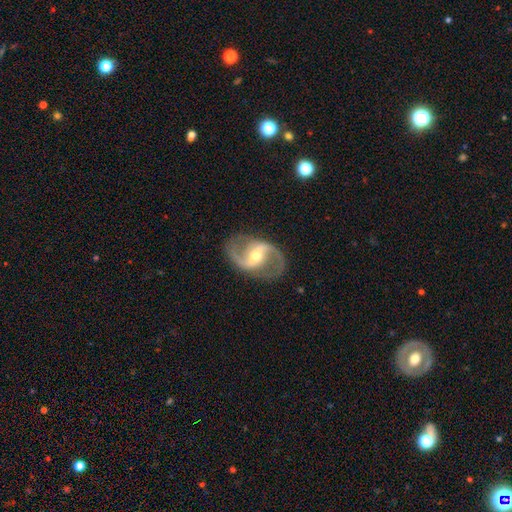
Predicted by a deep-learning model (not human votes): smooth-or-featured: featured or disk: 91% | star or artifact: 5% | smooth: 4%
  disk-edge-on: no: 97% | yes: 3%
    bar: weak: 42% | strong: 40% | no: 18%
    has-spiral-arms: yes: 96% | no: 4%
      spiral-winding: medium: 48% | loose: 43% | tight: 10%
      spiral-arm-count: 2: 94% | can't tell: 2% | 1: 1% | 3: 1% | 4: 1% | more than 4: 1%
    bulge-size: moderate: 63% | small: 31% | large: 4% | none: 1% | dominant: 1%
  merging: none: 84% | minor disturbance: 10% | major disturbance: 4% | merger: 1%